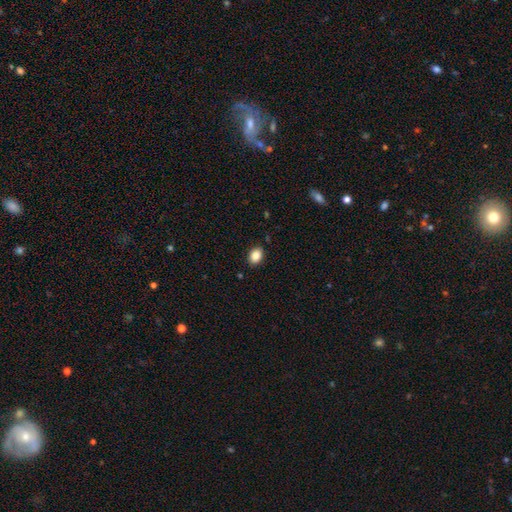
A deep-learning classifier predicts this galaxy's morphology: Smooth or featured?
  - smooth: 87% *
  - star or artifact: 9%
  - featured or disk: 4%
How rounded?
  - in between: 67% *
  - round: 32%
  - cigar-shaped: 1%
Merging?
  - none: 89% *
  - minor disturbance: 8%
  - major disturbance: 2%
  - merger: 1%